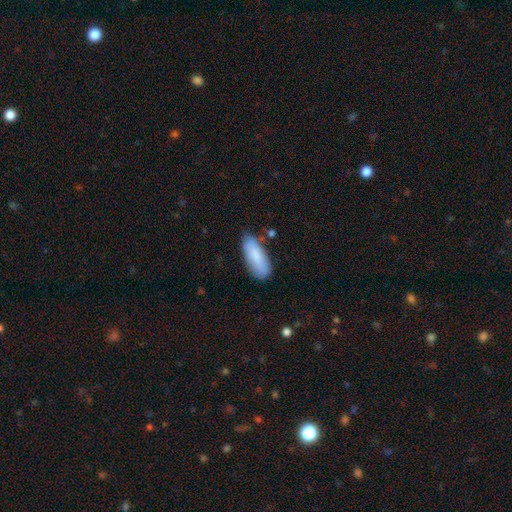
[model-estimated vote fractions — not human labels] The model was most divided on "how rounded": in between: 77%, cigar-shaped: 22%, round: 2%. More confident: smooth or featured — smooth (83%); merging — none (75%).